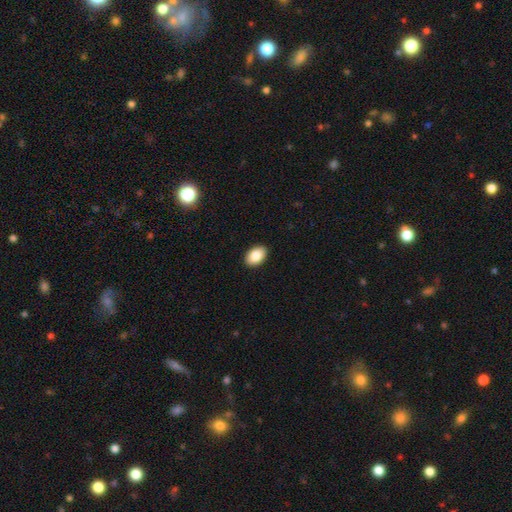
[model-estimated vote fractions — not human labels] A smooth galaxy with no disk features (85%) that is in between round and cigar-shaped (89%).

Vote fractions:
- Smooth or featured? smooth: 85% / featured or disk: 8% / star or artifact: 7%
- How rounded? in between: 89% / round: 10% / cigar-shaped: 1%
- Merging? none: 91% / minor disturbance: 6% / major disturbance: 2% / merger: 1%